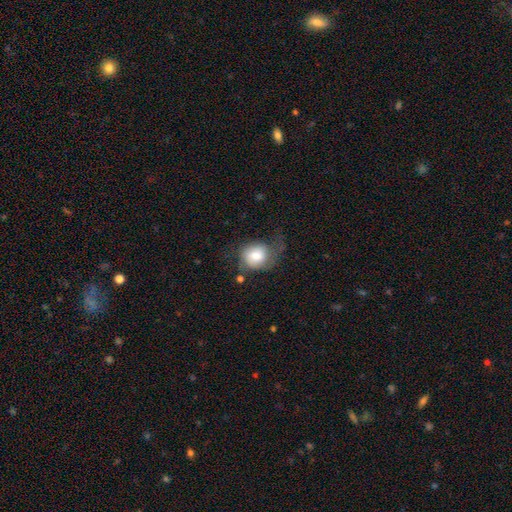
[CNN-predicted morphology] A smooth galaxy with no disk features (66%) that is round (69%).

Vote fractions:
- Smooth or featured? smooth: 66% / featured or disk: 27% / star or artifact: 8%
- How rounded? round: 69% / in between: 30% / cigar-shaped: 1%
- Merging? none: 36% / major disturbance: 33% / minor disturbance: 27% / merger: 4%